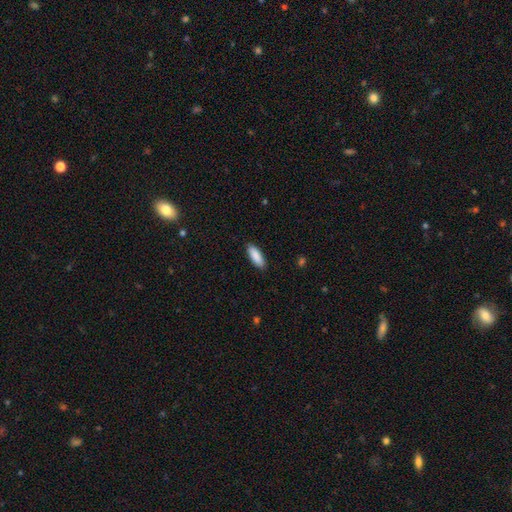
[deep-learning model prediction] Smooth or featured?
  - smooth: 89% *
  - star or artifact: 6%
  - featured or disk: 5%
How rounded?
  - in between: 67% *
  - cigar-shaped: 31%
  - round: 2%
Merging?
  - none: 89% *
  - minor disturbance: 8%
  - major disturbance: 2%
  - merger: 1%